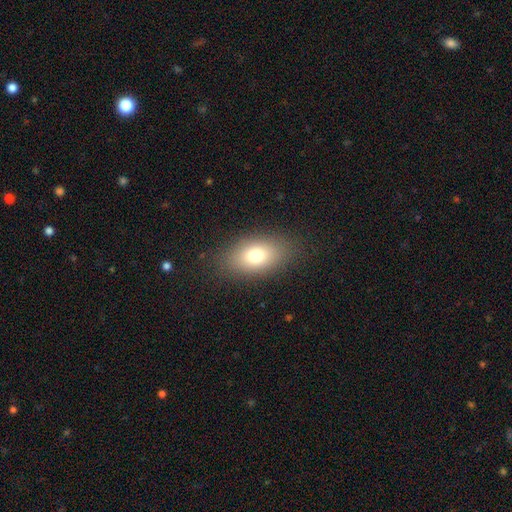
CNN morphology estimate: A smooth galaxy with no disk features (75%) that is in between round and cigar-shaped (87%). Merging: none (84%).